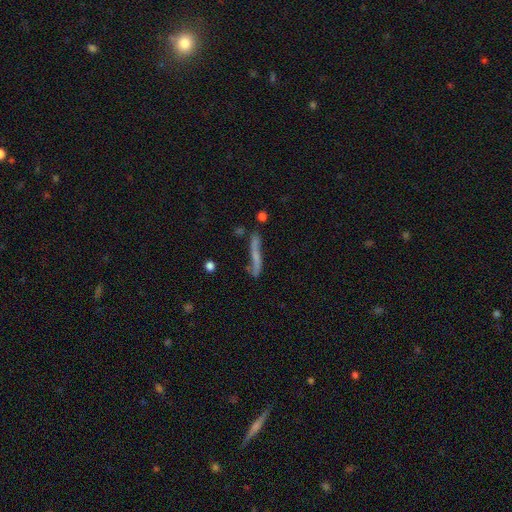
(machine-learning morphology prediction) A featured or disk galaxy (51%) viewed edge-on (56%). Merging: none (52%).